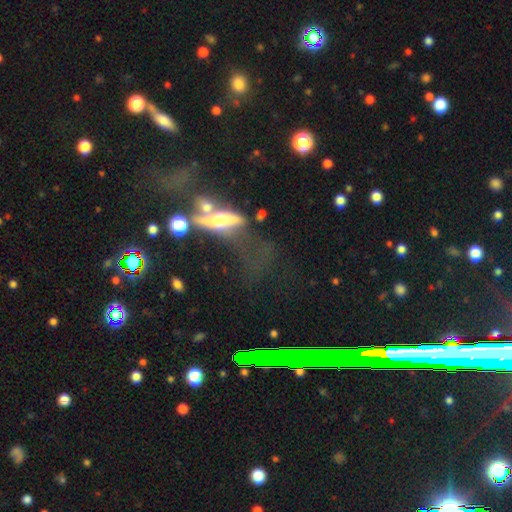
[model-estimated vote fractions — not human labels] smooth_or_featured: featured or disk (p=0.42) [alt: smooth p=0.33]
merging: none (p=0.33) [alt: merger p=0.25]